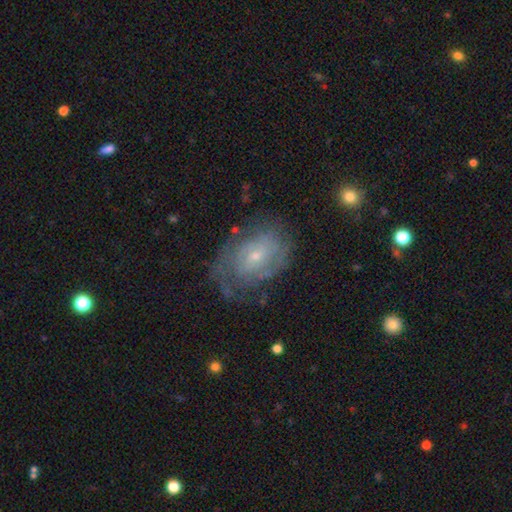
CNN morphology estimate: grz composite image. It shows a featured or disk galaxy (70%) with no bar (55%), tight (58%) spiral arms (80%) and a small central bulge (69%). Merging: none (58%).